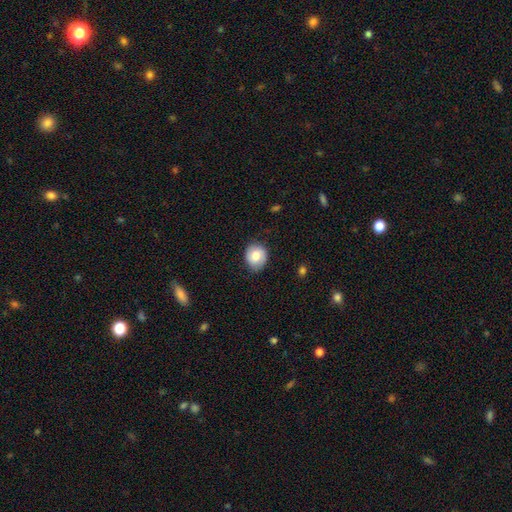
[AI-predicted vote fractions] Morphology: type=smooth (74%); roundness=round (76%); merging=none (79%).